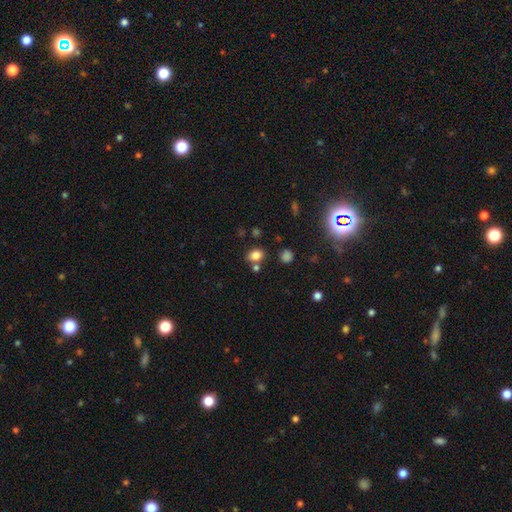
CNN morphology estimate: Smooth or featured? Predicted: smooth (p=0.80). How rounded? Predicted: in between (p=0.63). Merging? Predicted: none (p=0.72).